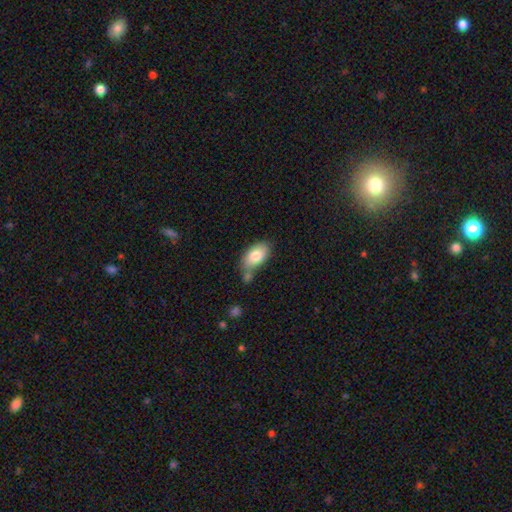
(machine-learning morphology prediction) smooth 80%, featured or disk 13%, star or artifact 7%. Down the decision tree: how rounded — in between (93%); merging — none (57%).